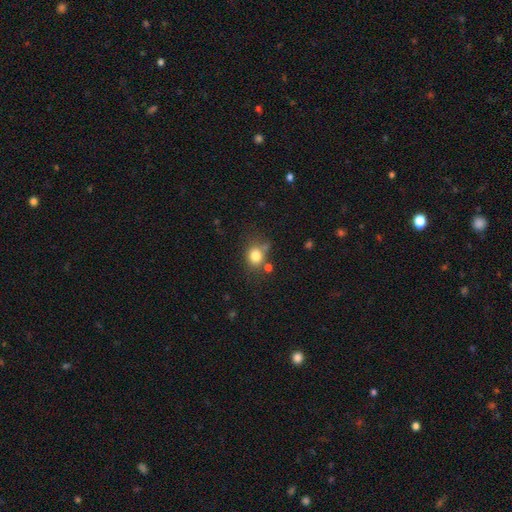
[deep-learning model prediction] Smooth or featured?
  - smooth: 80% *
  - star or artifact: 12%
  - featured or disk: 8%
How rounded?
  - round: 70% *
  - in between: 29%
  - cigar-shaped: 1%
Merging?
  - none: 65% *
  - minor disturbance: 16%
  - merger: 13%
  - major disturbance: 6%